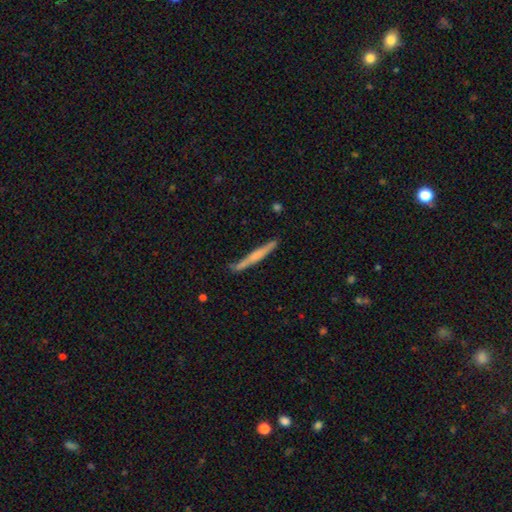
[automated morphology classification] Smooth or featured?
  - featured or disk: 51% *
  - smooth: 43%
  - star or artifact: 6%
Edge-on disk?
  - yes: 97% *
  - no: 3%
Merging?
  - none: 84% *
  - minor disturbance: 11%
  - merger: 2%
  - major disturbance: 2%